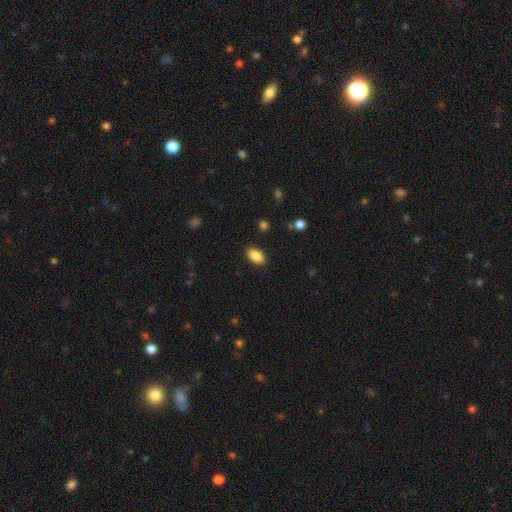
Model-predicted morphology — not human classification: smooth_or_featured: smooth (p=0.87) [alt: star or artifact p=0.08]
how_rounded: in between (p=0.92) [alt: round p=0.05]
merging: none (p=0.88) [alt: minor disturbance p=0.08]